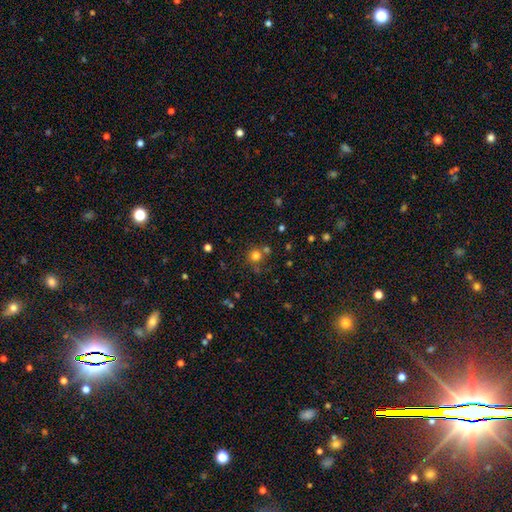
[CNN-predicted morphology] A smooth galaxy with no disk features (75%) that is round (92%).

Vote fractions:
- Smooth or featured? smooth: 75% / star or artifact: 17% / featured or disk: 7%
- How rounded? round: 92% / in between: 8% / cigar-shaped: 1%
- Merging? none: 66% / merger: 21% / minor disturbance: 9% / major disturbance: 4%